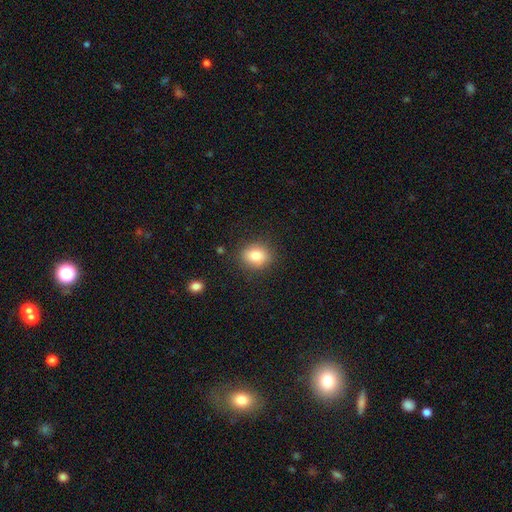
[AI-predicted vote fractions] smooth-or-featured: smooth: 83% | star or artifact: 9% | featured or disk: 8%
  how-rounded: round: 57% | in between: 42% | cigar-shaped: 1%
  merging: none: 85% | minor disturbance: 10% | major disturbance: 3% | merger: 1%